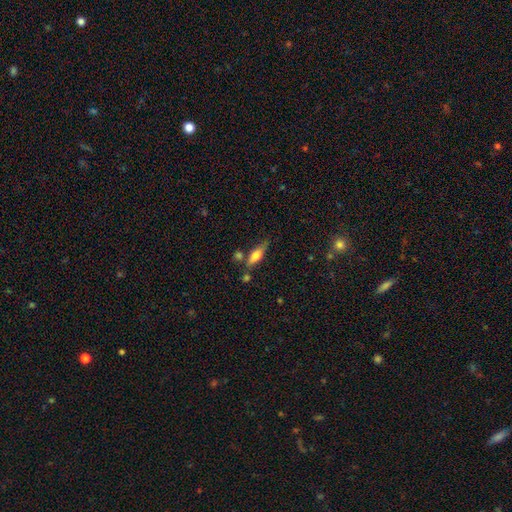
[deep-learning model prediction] smooth 59%, featured or disk 34%, star or artifact 7%. Down the decision tree: how rounded — cigar-shaped (52%); merging — none (64%).